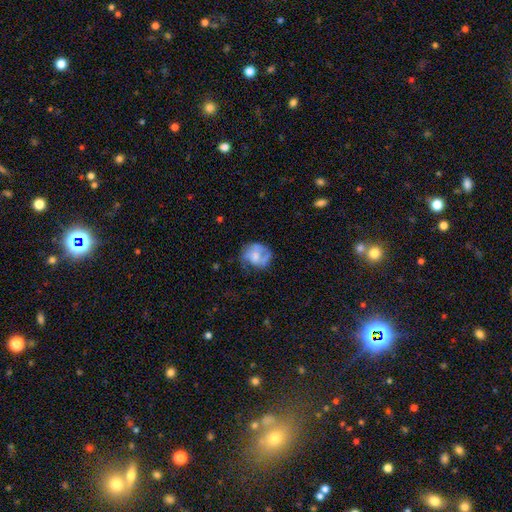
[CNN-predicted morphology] A featured or disk galaxy (50%). Merging: none (49%).